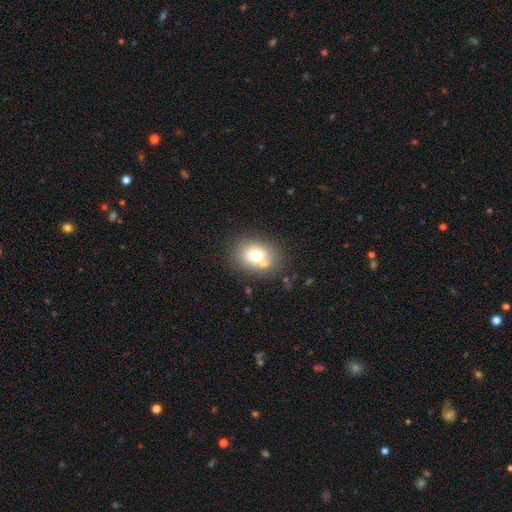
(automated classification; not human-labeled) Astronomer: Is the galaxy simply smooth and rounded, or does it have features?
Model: smooth — 74%.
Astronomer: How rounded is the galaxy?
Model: in between — 58% (runner-up: round, 41%).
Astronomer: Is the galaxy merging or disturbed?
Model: none — 68%.